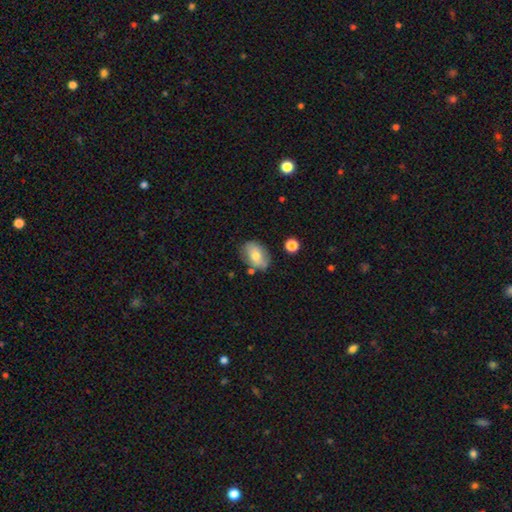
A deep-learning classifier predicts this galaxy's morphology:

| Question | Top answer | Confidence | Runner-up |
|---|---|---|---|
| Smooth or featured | smooth | 67% | featured or disk (25%) |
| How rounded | in between | 78% | round (20%) |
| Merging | none | 70% | minor disturbance (20%) |